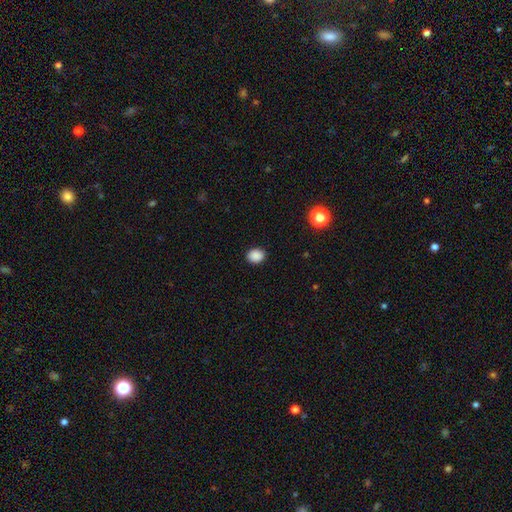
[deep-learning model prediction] Smooth or featured? smooth (88%)
How rounded? round (56%)
Merging? none (90%)